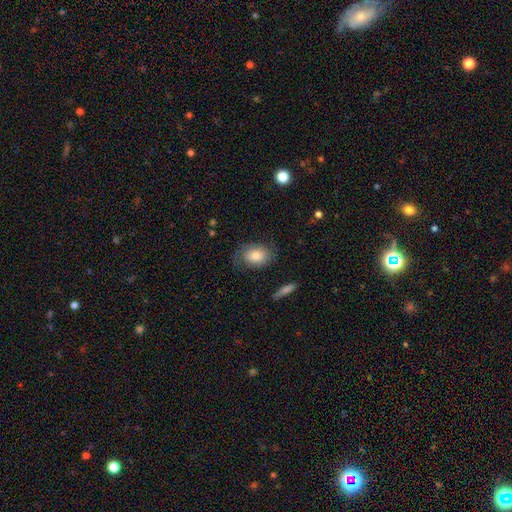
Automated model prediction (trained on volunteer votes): Q: Smooth or featured?
A: smooth (58%); runner-up: featured or disk (34%)
Q: How rounded?
A: in between (73%); runner-up: round (26%)
Q: Merging?
A: none (60%); runner-up: minor disturbance (23%)